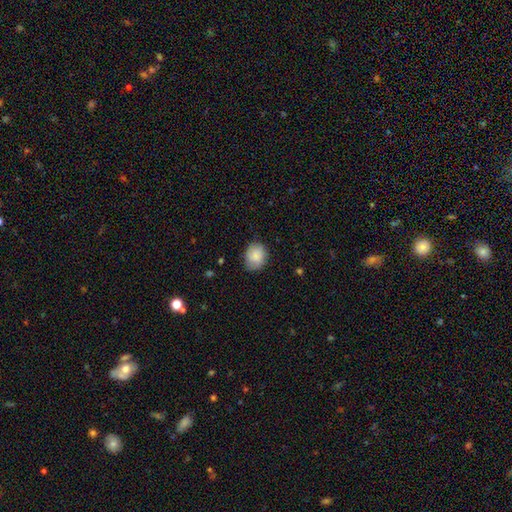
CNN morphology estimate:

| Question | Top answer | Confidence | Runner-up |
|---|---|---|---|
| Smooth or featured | smooth | 86% | featured or disk (7%) |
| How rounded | round | 62% | in between (37%) |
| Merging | none | 75% | minor disturbance (20%) |